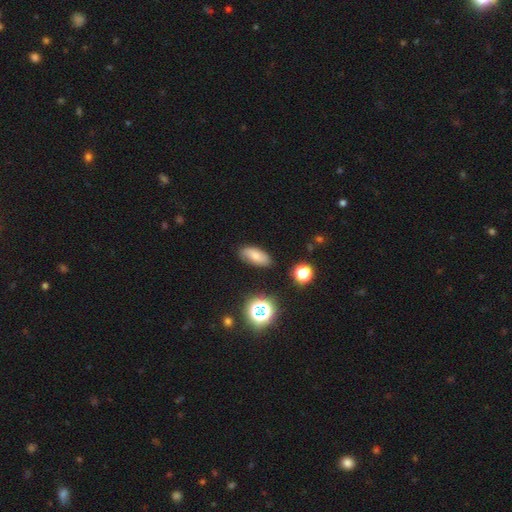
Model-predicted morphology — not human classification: Smooth or featured? Predicted: smooth (p=0.71). How rounded? Predicted: in between (p=0.85). Merging? Predicted: none (p=0.81).